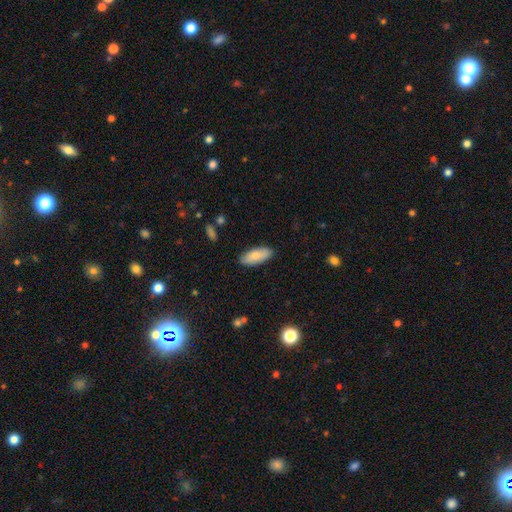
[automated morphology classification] Smooth or featured: smooth — 77% (featured or disk — 17%)
How rounded: in between — 81% (cigar-shaped — 17%)
Merging: none — 87% (minor disturbance — 10%)